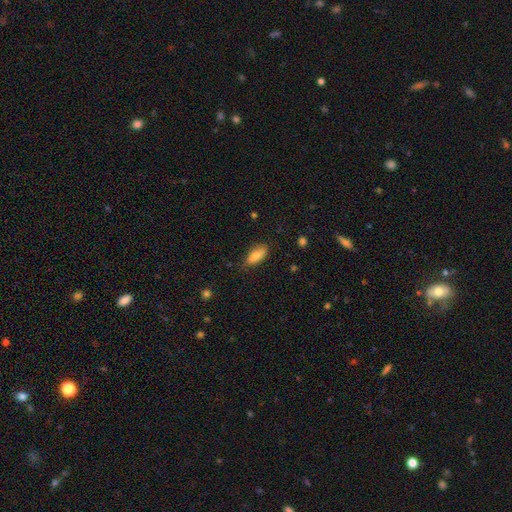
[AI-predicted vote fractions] This is clearly a smooth galaxy (83%). How rounded: likely in between (78%). Merging: likely none (70%).